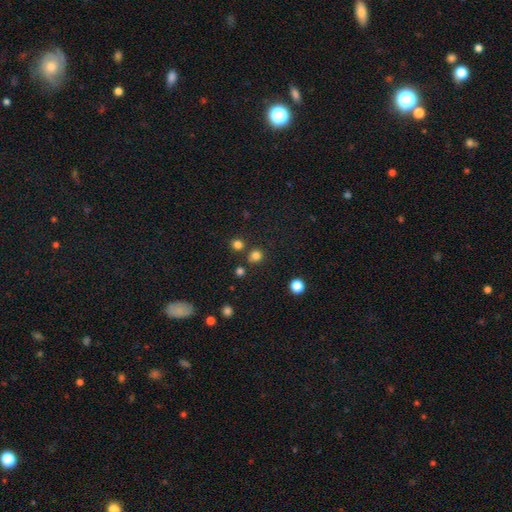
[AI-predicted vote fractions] smooth-or-featured: smooth: 79% | star or artifact: 17% | featured or disk: 4%
  how-rounded: round: 88% | in between: 11% | cigar-shaped: 1%
  merging: none: 79% | merger: 10% | minor disturbance: 8% | major disturbance: 3%